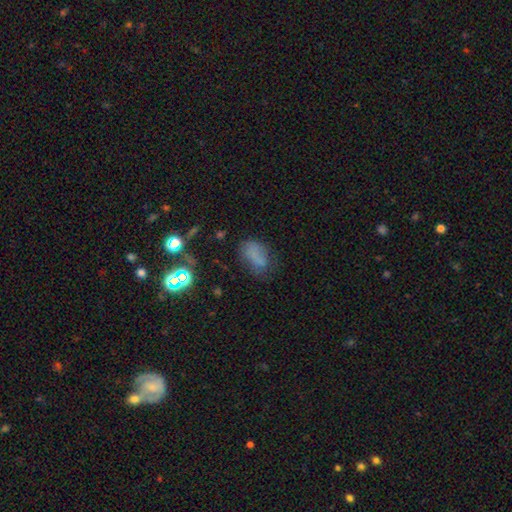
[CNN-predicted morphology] Smooth or featured? Predicted: smooth (p=0.65). How rounded? Predicted: in between (p=0.86). Merging? Predicted: none (p=0.52).